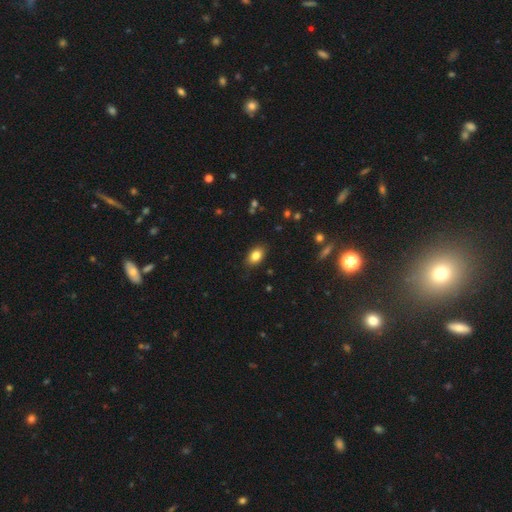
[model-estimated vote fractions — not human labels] Smooth or featured? Predicted: smooth (p=0.83). How rounded? Predicted: in between (p=0.85). Merging? Predicted: none (p=0.86).